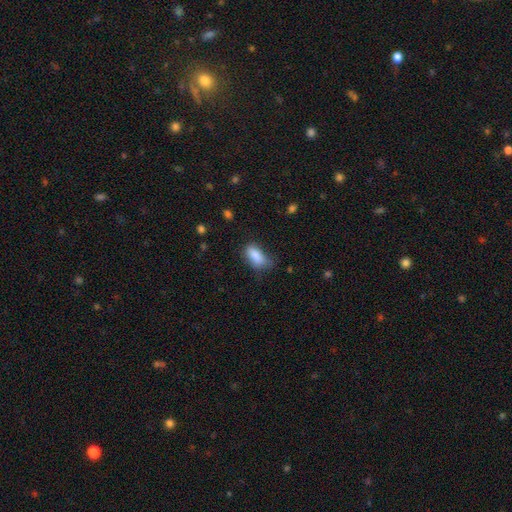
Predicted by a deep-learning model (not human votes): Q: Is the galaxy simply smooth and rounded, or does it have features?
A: smooth — 85%.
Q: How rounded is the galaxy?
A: in between — 90%.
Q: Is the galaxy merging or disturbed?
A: none — 55%.